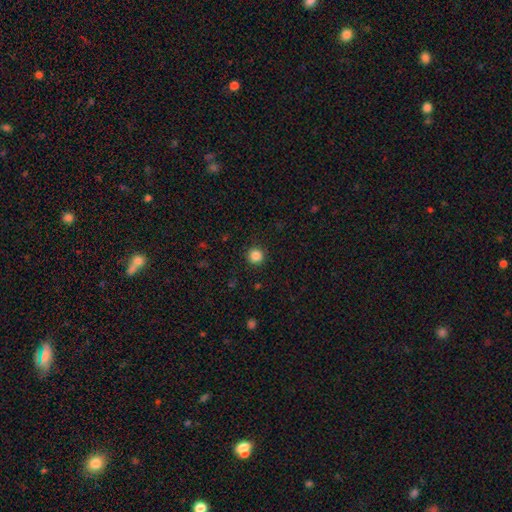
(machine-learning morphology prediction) The model was most divided on "smooth or featured": smooth: 86%, star or artifact: 11%, featured or disk: 3%. More confident: how rounded — round (95%); merging — none (92%).